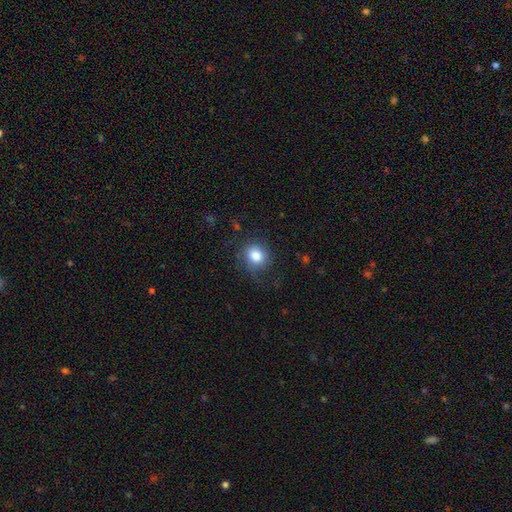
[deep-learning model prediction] Morphology: type=smooth (81%); roundness=round (79%); merging=none (69%).